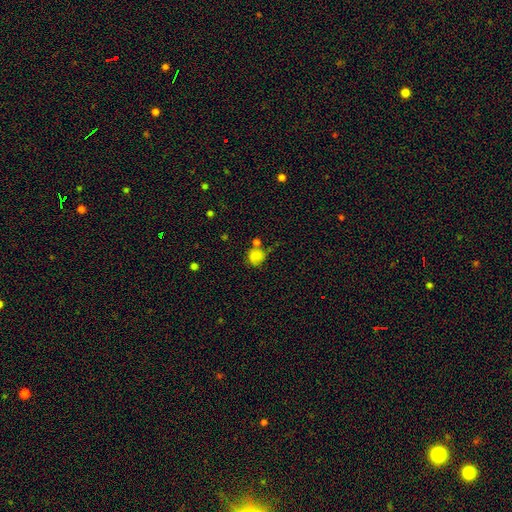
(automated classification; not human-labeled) smooth_or_featured: smooth (p=0.82) [alt: star or artifact p=0.10]
how_rounded: round (p=0.83) [alt: in between p=0.16]
merging: none (p=0.57) [alt: minor disturbance p=0.21]